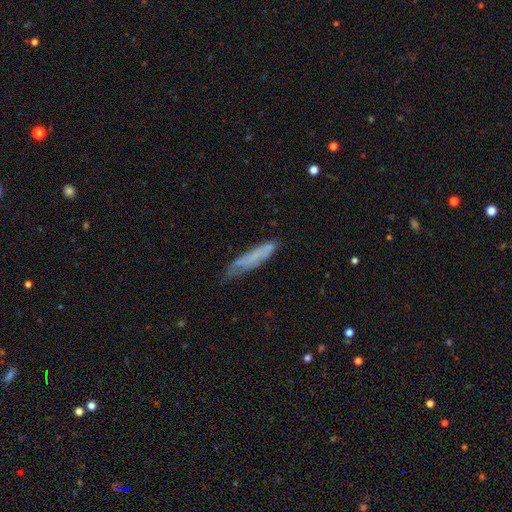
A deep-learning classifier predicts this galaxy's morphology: smooth_or_featured: smooth (p=0.63) [alt: featured or disk p=0.28]
how_rounded: cigar-shaped (p=0.87) [alt: in between p=0.12]
merging: none (p=0.61) [alt: minor disturbance p=0.27]